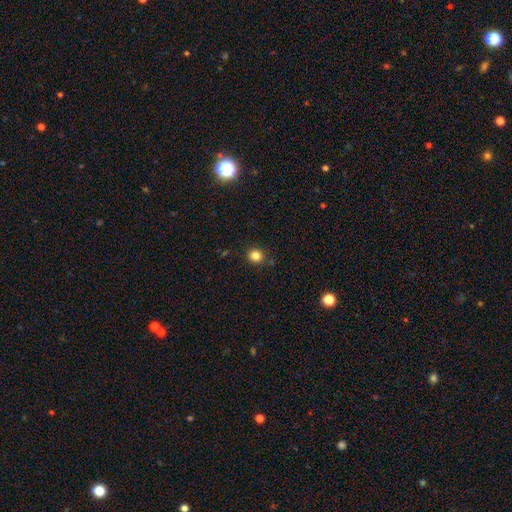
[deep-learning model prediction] Smooth or featured? smooth (83%)
How rounded? round (84%)
Merging? none (87%)